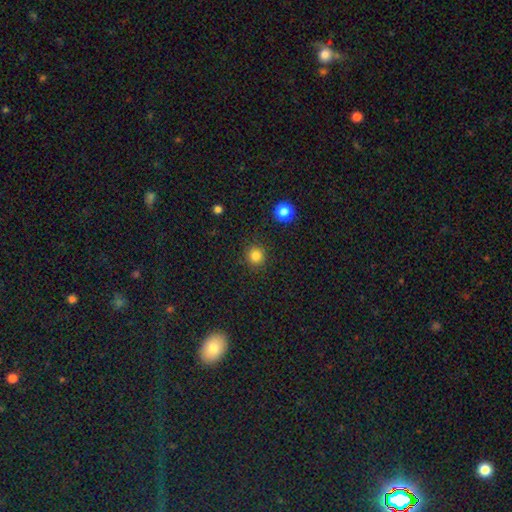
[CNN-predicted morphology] The model was most divided on "smooth or featured": smooth: 82%, star or artifact: 13%, featured or disk: 4%. More confident: how rounded — round (94%); merging — none (90%).